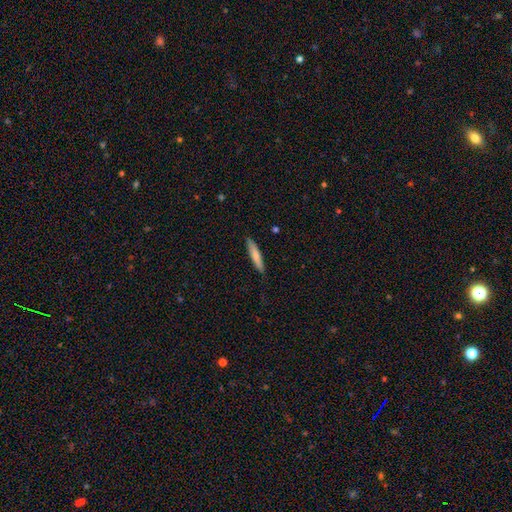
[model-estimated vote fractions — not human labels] smooth_or_featured: smooth (p=0.72) [alt: featured or disk p=0.22]
how_rounded: cigar-shaped (p=0.88) [alt: in between p=0.11]
merging: none (p=0.88) [alt: minor disturbance p=0.09]